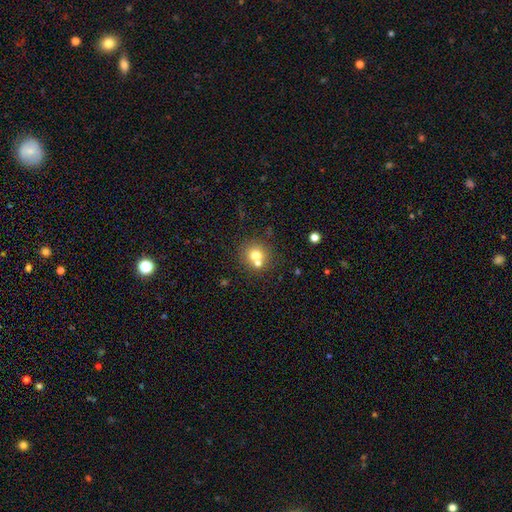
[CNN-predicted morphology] Smooth or featured? smooth (70%)
How rounded? round (89%)
Merging? none (58%)